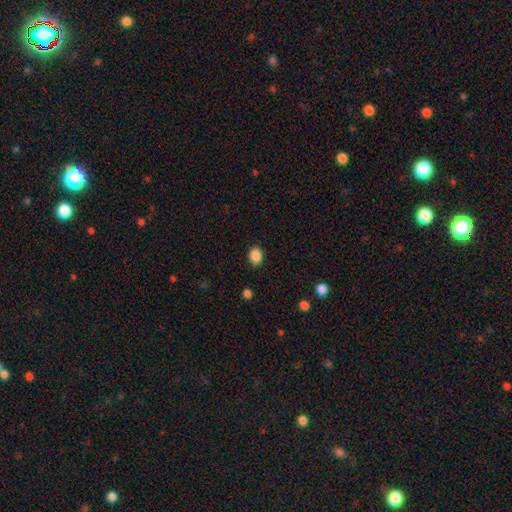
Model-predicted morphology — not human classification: The model was most divided on "how rounded": round: 50%, in between: 49%, cigar-shaped: 1%. More confident: merging — none (89%); smooth or featured — smooth (88%).